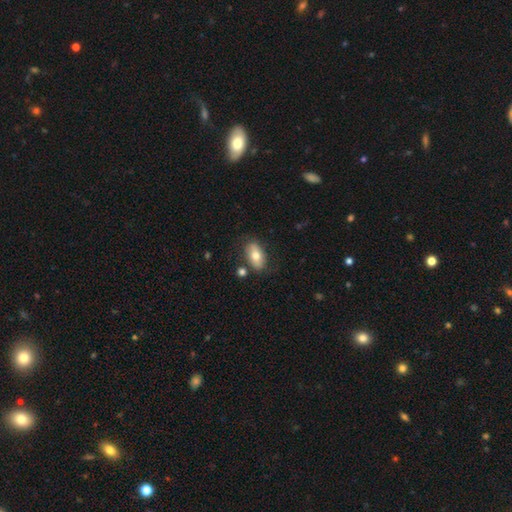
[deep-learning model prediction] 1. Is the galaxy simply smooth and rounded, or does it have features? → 67% smooth, 26% featured or disk, 7% star or artifact.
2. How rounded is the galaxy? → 90% in between, 6% round, 4% cigar-shaped.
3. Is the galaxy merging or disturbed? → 75% none, 15% minor disturbance, 6% merger, 5% major disturbance.